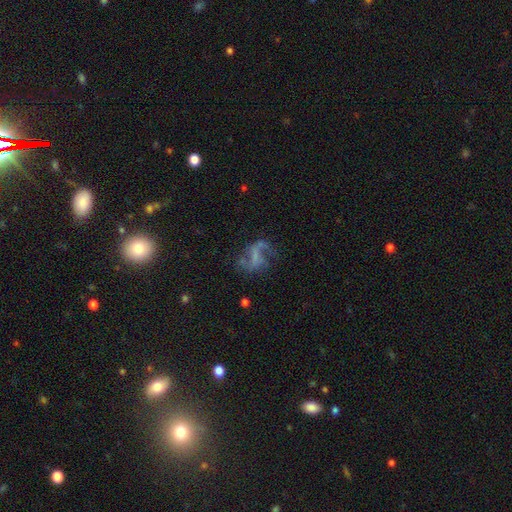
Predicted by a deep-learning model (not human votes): Q: Smooth or featured?
A: featured or disk (70%); runner-up: smooth (16%)
Q: Edge-on disk?
A: no (97%); runner-up: yes (3%)
Q: Bar?
A: no (39%); runner-up: weak (37%)
Q: Spiral arms?
A: yes (77%); runner-up: no (23%)
Q: Spiral winding?
A: loose (73%); runner-up: medium (21%)
Q: Spiral arm count?
A: 2 (76%); runner-up: 1 (11%)
Q: Bulge size?
A: none (67%); runner-up: small (22%)
Q: Merging?
A: none (50%); runner-up: major disturbance (27%)